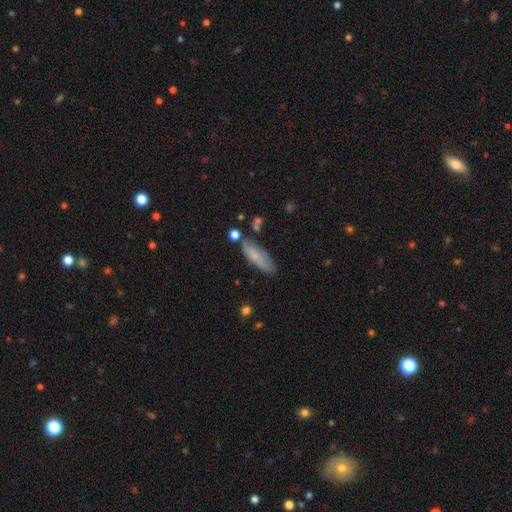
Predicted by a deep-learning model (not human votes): smooth-or-featured: smooth: 72% | featured or disk: 21% | star or artifact: 7%
  how-rounded: cigar-shaped: 49% (tied) | in between: 49% (tied) | round: 2%
  merging: none: 68% | minor disturbance: 21% | merger: 7% | major disturbance: 5%